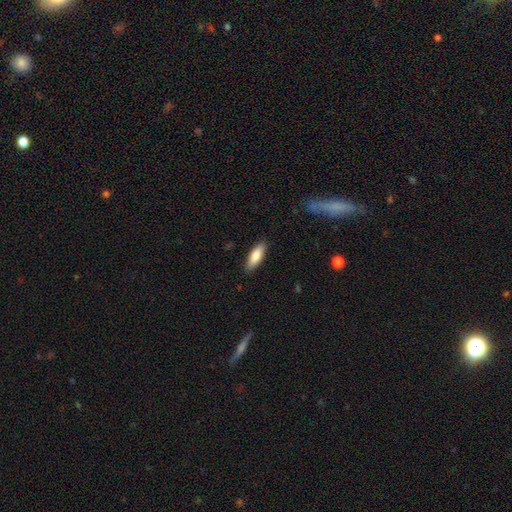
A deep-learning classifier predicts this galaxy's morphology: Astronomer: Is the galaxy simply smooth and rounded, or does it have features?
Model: smooth — 82%.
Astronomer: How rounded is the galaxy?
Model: in between — 62%.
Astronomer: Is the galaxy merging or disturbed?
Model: none — 88%.